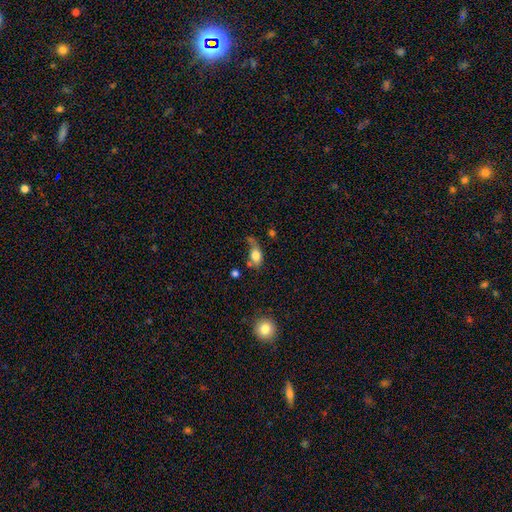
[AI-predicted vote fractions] Smooth or featured? smooth (76%)
How rounded? in between (76%)
Merging? none (33%)